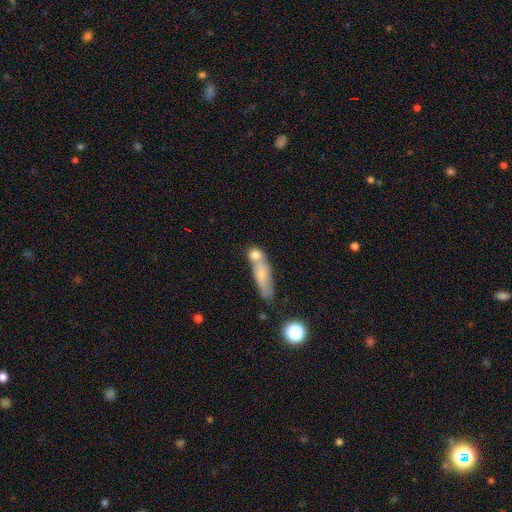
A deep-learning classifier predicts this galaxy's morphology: This appears to be a smooth galaxy with no disk features (71%) that is in between round and cigar-shaped (42%). Merging: merger (50%).